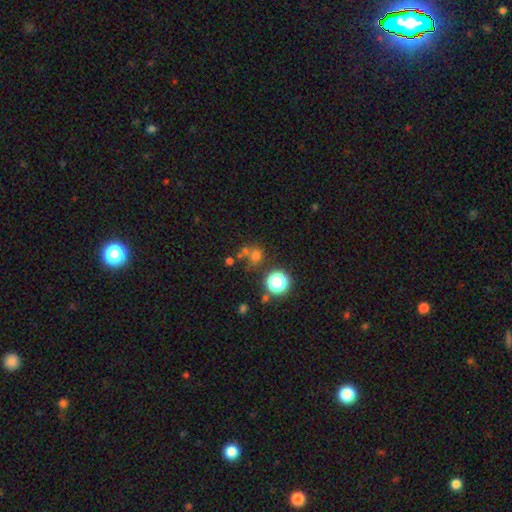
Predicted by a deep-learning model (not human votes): Smooth or featured: smooth — 65% (star or artifact — 26%)
How rounded: round — 82% (in between — 17%)
Merging: none — 61% (merger — 23%)